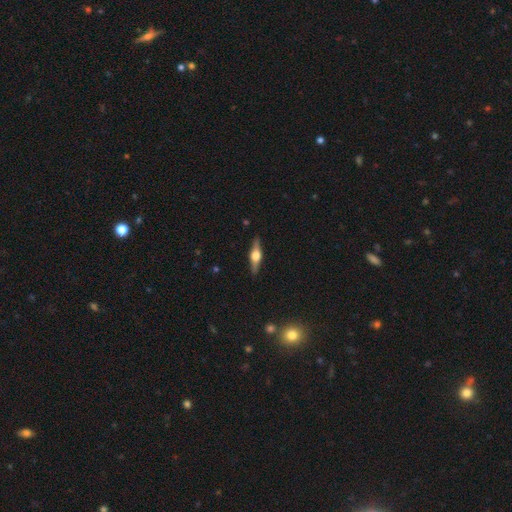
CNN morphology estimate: Smooth or featured? featured or disk (72%)
Edge-on disk? yes (97%)
Edge-on bulge? rounded (94%)
Merging? none (90%)